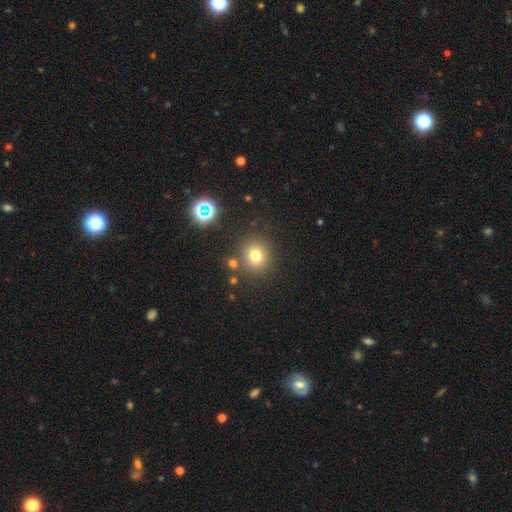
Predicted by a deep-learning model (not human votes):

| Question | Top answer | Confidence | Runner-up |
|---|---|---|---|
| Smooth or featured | smooth | 74% | star or artifact (18%) |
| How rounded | round | 86% | in between (13%) |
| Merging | none | 82% | minor disturbance (9%) |